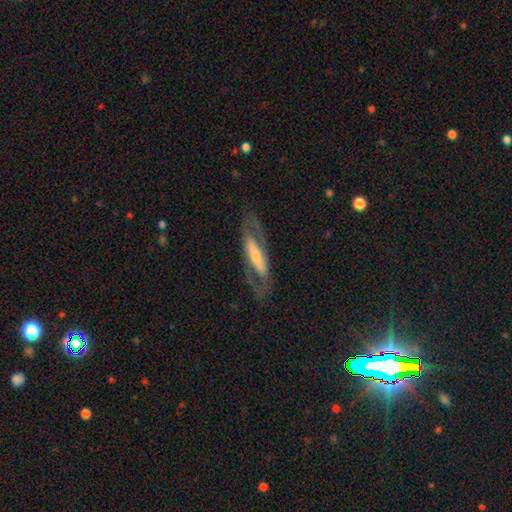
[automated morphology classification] type=featured or disk (70%); edge-on=no (72%); bar=strong (53%); spiral arms=yes (62%); bulge=small (46%); merging=none (72%).